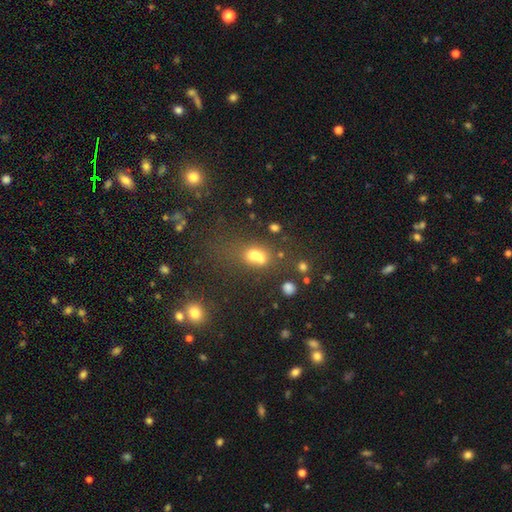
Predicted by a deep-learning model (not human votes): A smooth galaxy with no disk features (66%) that is in between round and cigar-shaped (69%). Merging: none (38%).